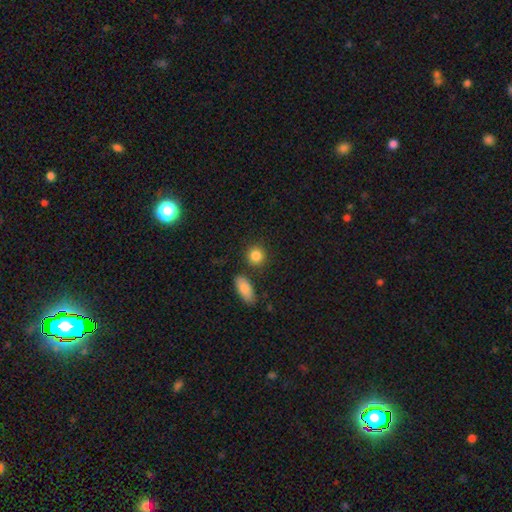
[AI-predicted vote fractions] smooth-or-featured: smooth: 86% | star or artifact: 9% | featured or disk: 5%
  how-rounded: round: 84% | in between: 14% | cigar-shaped: 2%
  merging: none: 83% | minor disturbance: 8% | merger: 6% | major disturbance: 3%